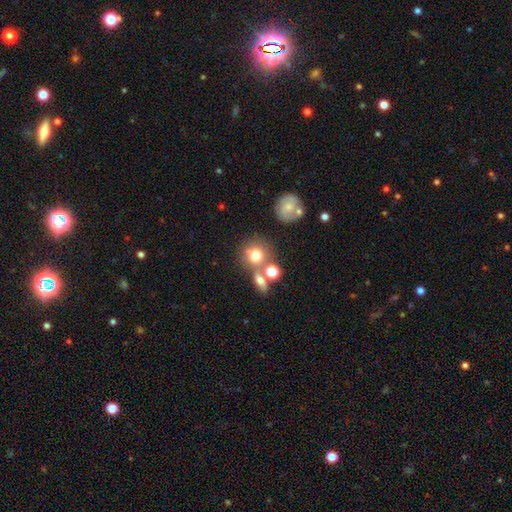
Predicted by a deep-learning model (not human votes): This appears to be a smooth galaxy with no disk features (71%) that is round (84%). Merging: none (52%).